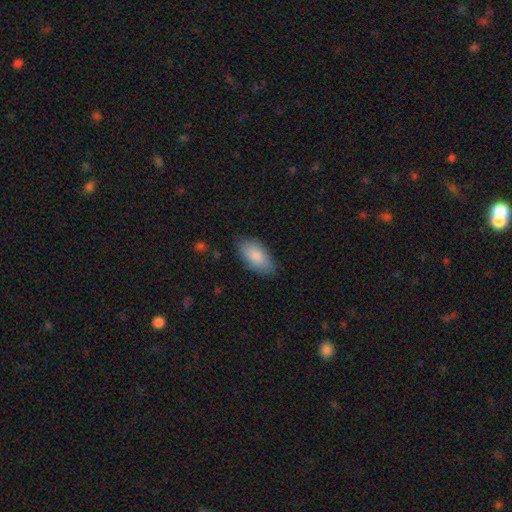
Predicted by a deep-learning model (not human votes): Q: Smooth or featured?
A: smooth (86%); runner-up: featured or disk (8%)
Q: How rounded?
A: in between (93%); runner-up: cigar-shaped (5%)
Q: Merging?
A: none (82%); runner-up: minor disturbance (14%)